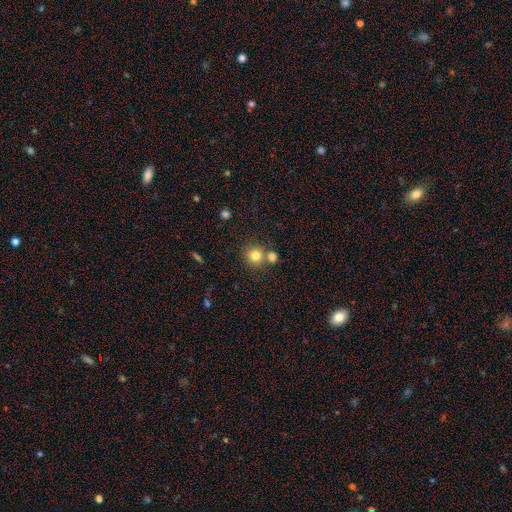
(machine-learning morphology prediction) Q: Smooth or featured?
A: smooth (80%); runner-up: star or artifact (12%)
Q: How rounded?
A: round (89%); runner-up: in between (10%)
Q: Merging?
A: none (64%); runner-up: merger (26%)